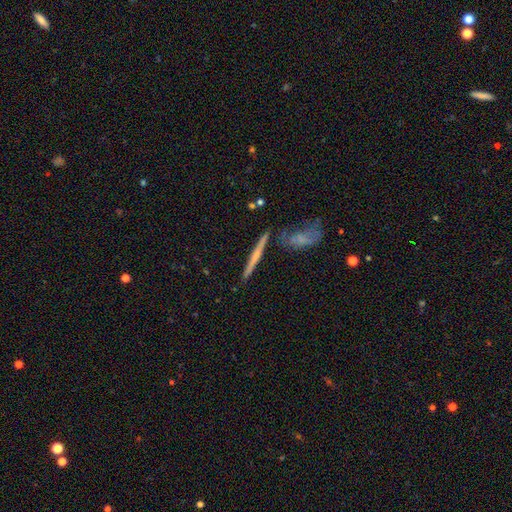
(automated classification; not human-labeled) This is possibly a featured or disk galaxy (58%). It is clearly viewed edge-on (95%). Edge-on bulge: possibly none (49%). Merging: likely none (77%).